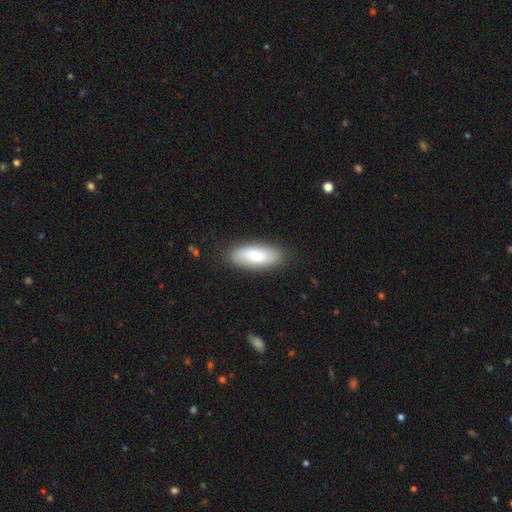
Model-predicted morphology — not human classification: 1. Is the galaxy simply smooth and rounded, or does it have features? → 73% smooth, 21% featured or disk, 6% star or artifact.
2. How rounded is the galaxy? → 84% in between, 13% cigar-shaped, 3% round.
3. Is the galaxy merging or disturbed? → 86% none, 11% minor disturbance, 2% major disturbance, 1% merger.